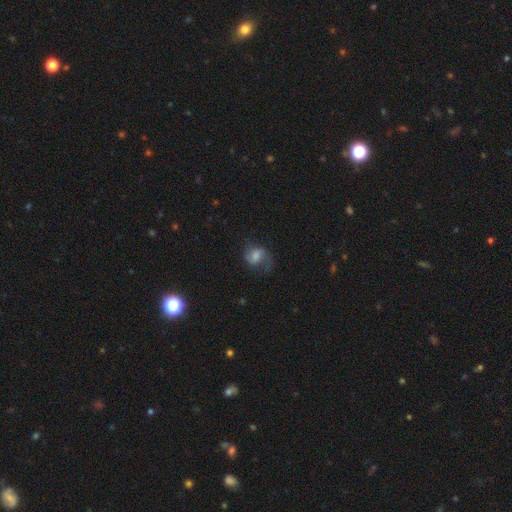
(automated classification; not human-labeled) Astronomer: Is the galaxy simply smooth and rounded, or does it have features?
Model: featured or disk — 51% (runner-up: smooth, 39%).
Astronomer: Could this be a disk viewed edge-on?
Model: no — 97%.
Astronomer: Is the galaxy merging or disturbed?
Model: none — 54%.